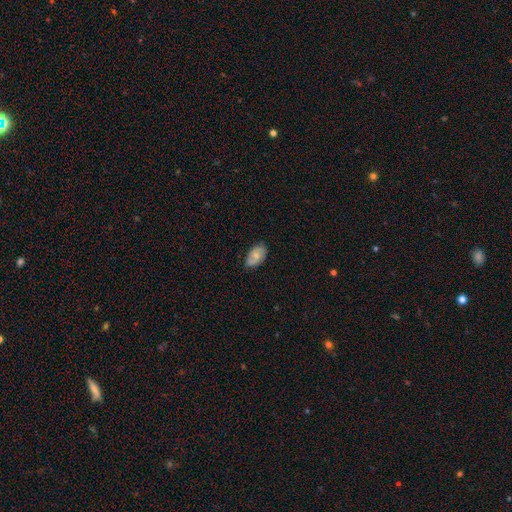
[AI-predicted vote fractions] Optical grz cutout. It shows a smooth galaxy with no disk features (60%) that is in between round and cigar-shaped (92%). Merging: none (79%).